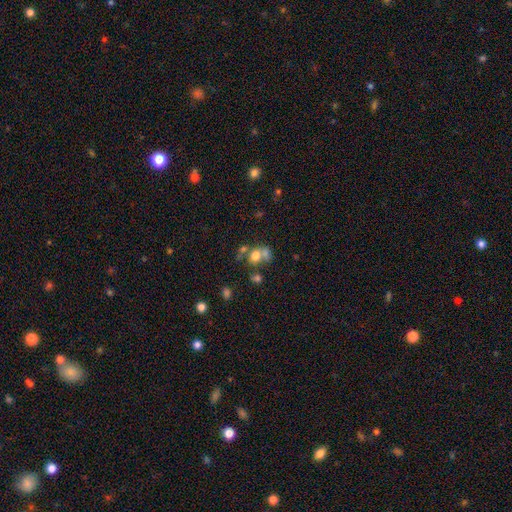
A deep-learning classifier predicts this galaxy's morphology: smooth 68%, featured or disk 18%, star or artifact 14%. Down the decision tree: how rounded — round (64%); merging — merger (52%).